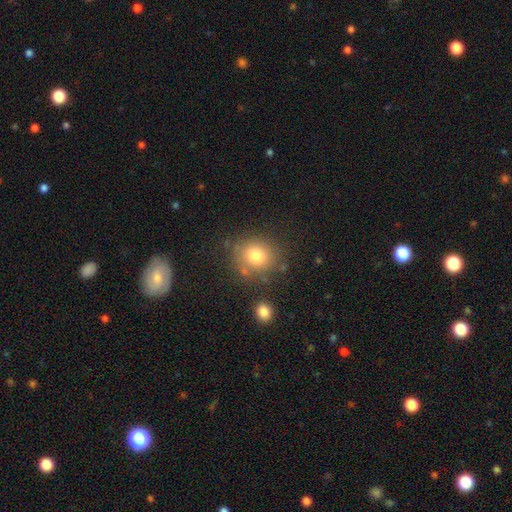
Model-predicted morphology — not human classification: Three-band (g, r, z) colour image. It shows a smooth galaxy with no disk features (79%) that is round (77%). Merging: none (75%).